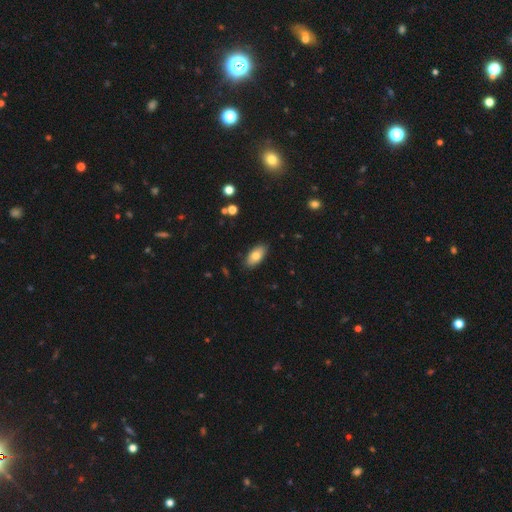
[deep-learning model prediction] This is likely a smooth galaxy (78%). How rounded: clearly in between (91%). Merging: clearly none (87%).